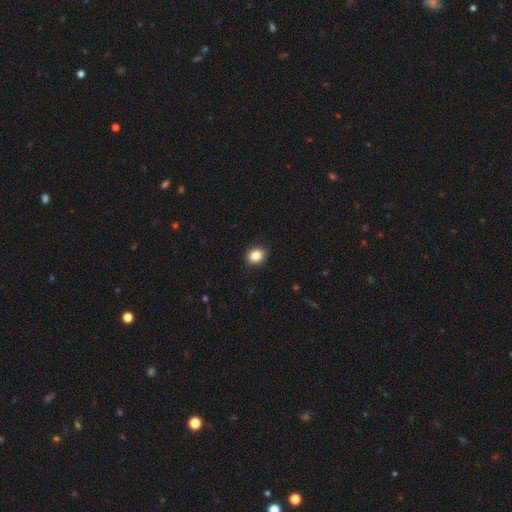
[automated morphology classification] smooth-or-featured: smooth: 88% | star or artifact: 9% | featured or disk: 3%
  how-rounded: round: 55% | in between: 44% | cigar-shaped: 1%
  merging: none: 90% | minor disturbance: 7% | major disturbance: 2% | merger: 1%